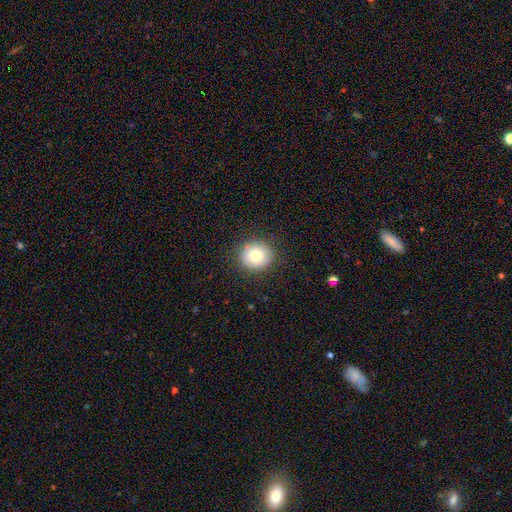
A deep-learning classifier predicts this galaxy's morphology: A smooth galaxy with no disk features (79%) that is round (88%).

Vote fractions:
- Smooth or featured? smooth: 79% / featured or disk: 11% / star or artifact: 11%
- How rounded? round: 88% / in between: 11% / cigar-shaped: 1%
- Merging? none: 88% / minor disturbance: 8% / major disturbance: 3% / merger: 1%